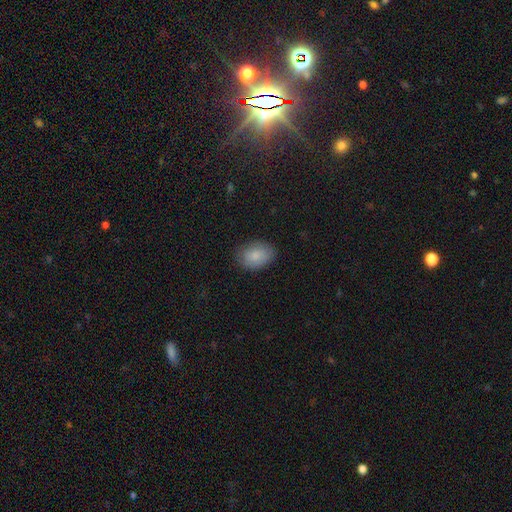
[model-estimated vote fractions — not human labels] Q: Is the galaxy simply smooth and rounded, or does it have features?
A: smooth — 84%.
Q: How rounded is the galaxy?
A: in between — 79%.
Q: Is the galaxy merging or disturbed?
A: none — 81%.